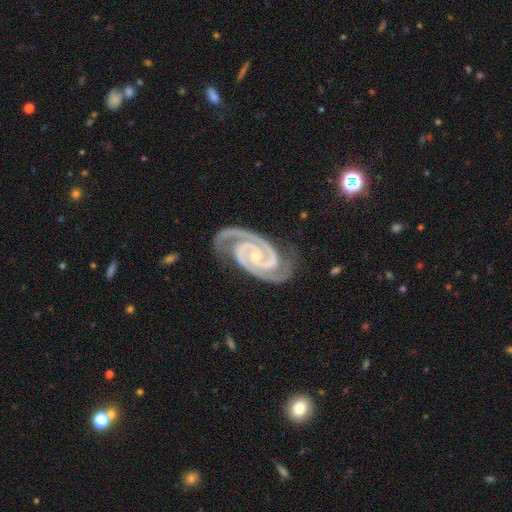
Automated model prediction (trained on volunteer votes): A featured or disk galaxy (94%) with no bar (56%), 2 (92%) tight (70%) spiral arms (99%) and a small central bulge (73%).

Vote fractions:
- Smooth or featured? featured or disk: 94% / star or artifact: 4% / smooth: 2%
- Edge-on disk? no: 98% / yes: 2%
- Bar? no: 56% / weak: 27% / strong: 16%
- Spiral arms? yes: 99% / no: 1%
- Spiral winding? tight: 70% / medium: 27% / loose: 3%
- Spiral arm count? 2: 92% / 3: 4% / can't tell: 1% / 1: 1% / 4: 1% / more than 4: 1%
- Bulge size? small: 73% / moderate: 22% / none: 3% / large: 1% / dominant: 1%
- Merging? none: 79% / minor disturbance: 16% / major disturbance: 4% / merger: 1%